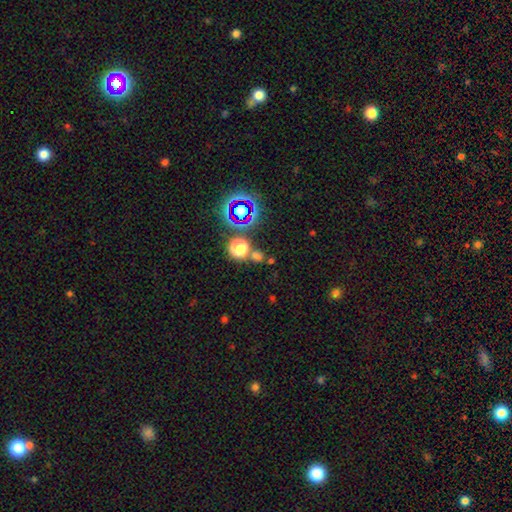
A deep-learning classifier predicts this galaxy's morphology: smooth-or-featured: star or artifact: 71% | smooth: 21% | featured or disk: 8%